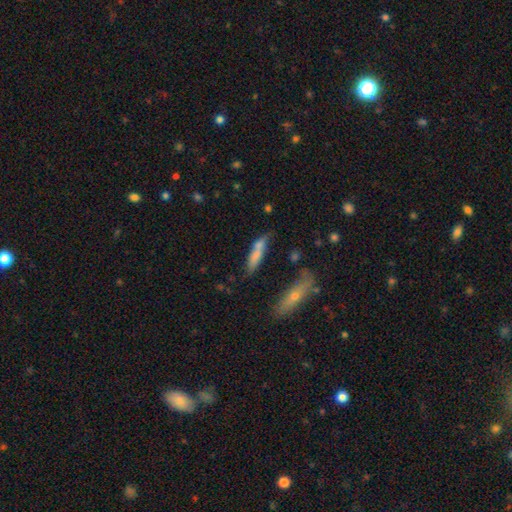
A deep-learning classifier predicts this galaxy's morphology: smooth 66%, featured or disk 25%, star or artifact 9%. Down the decision tree: how rounded — cigar-shaped (73%); merging — none (52%).